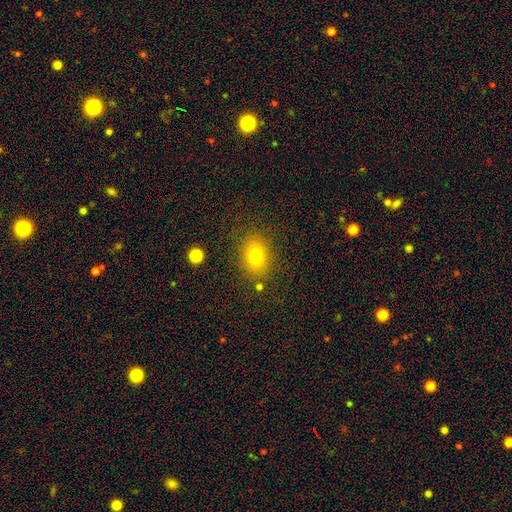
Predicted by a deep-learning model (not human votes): Smooth or featured: smooth — 75% (star or artifact — 13%)
How rounded: in between — 63% (round — 36%)
Merging: none — 82% (minor disturbance — 11%)